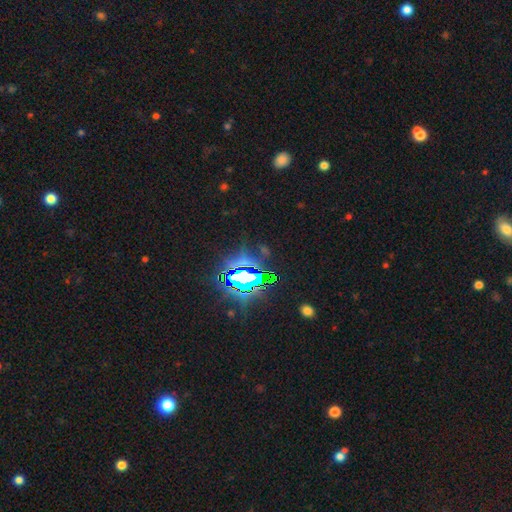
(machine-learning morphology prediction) Overall: star or artifact (85%).